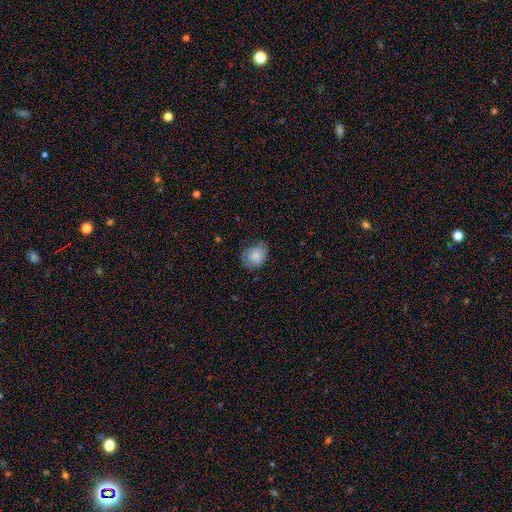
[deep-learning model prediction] The model was most divided on "how rounded": in between: 53%, round: 46%, cigar-shaped: 1%. More confident: smooth or featured — smooth (77%); merging — none (61%).